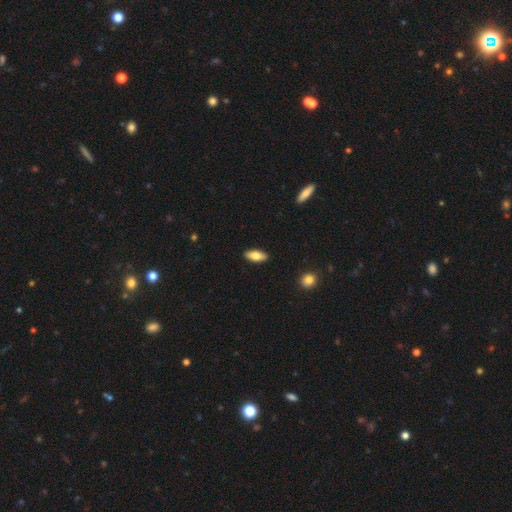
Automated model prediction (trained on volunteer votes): A smooth galaxy with no disk features (78%) that is in between round and cigar-shaped (82%). Merging: none (90%).